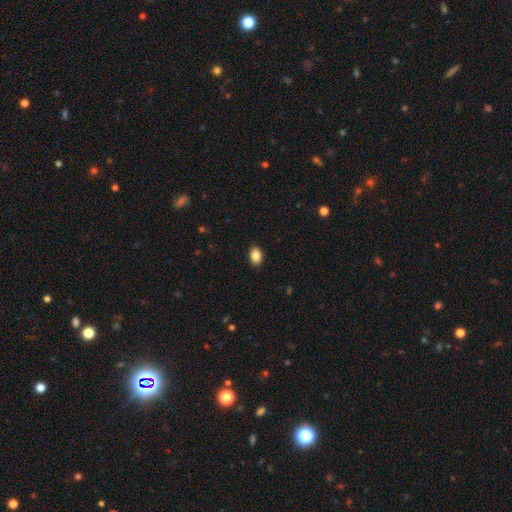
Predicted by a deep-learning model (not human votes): This appears to be a smooth galaxy with no disk features (87%) that is in between round and cigar-shaped (80%). Merging: none (90%).